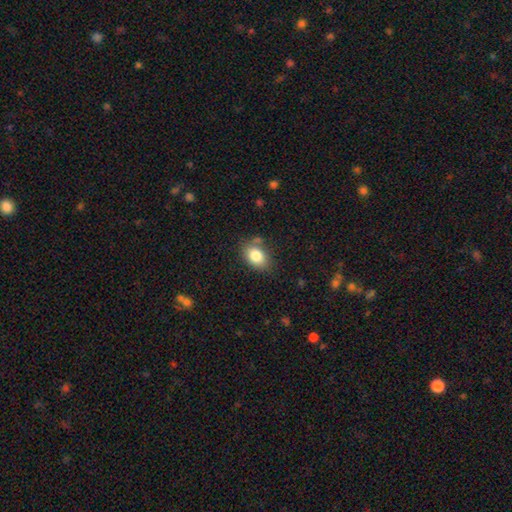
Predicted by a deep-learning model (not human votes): Smooth or featured? Predicted: smooth (p=0.83). How rounded? Predicted: in between (p=0.79). Merging? Predicted: none (p=0.73).